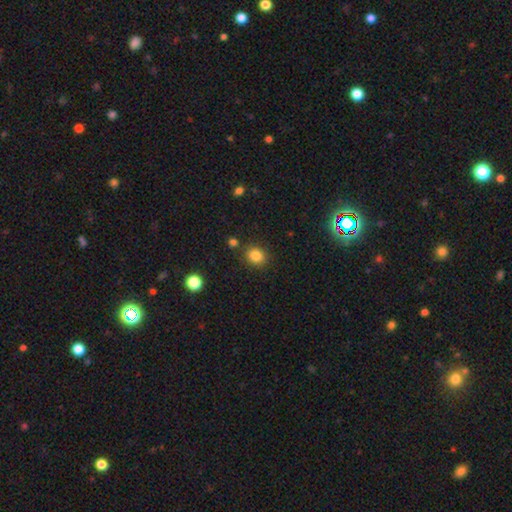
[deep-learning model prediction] Q: Smooth or featured?
A: smooth (84%); runner-up: star or artifact (12%)
Q: How rounded?
A: round (71%); runner-up: in between (28%)
Q: Merging?
A: none (85%); runner-up: minor disturbance (9%)